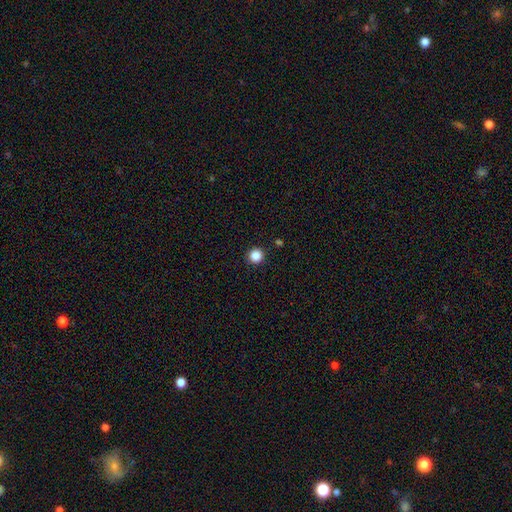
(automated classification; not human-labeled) Overall: smooth (87%). How rounded: round (96%). Merging: none (93%).